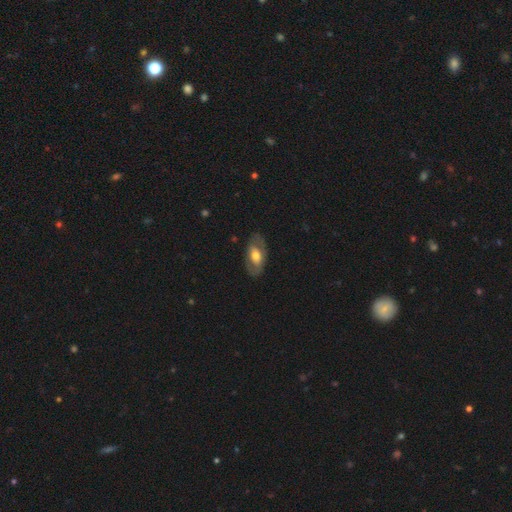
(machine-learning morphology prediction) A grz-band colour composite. It shows a featured or disk galaxy (50%). Merging: none (78%).